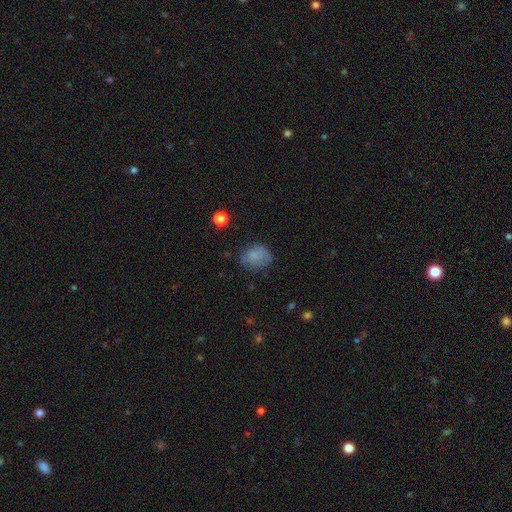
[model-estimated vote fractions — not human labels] The model was most divided on "how rounded": round: 52%, in between: 47%, cigar-shaped: 1%. More confident: smooth or featured — smooth (74%); merging — none (62%).